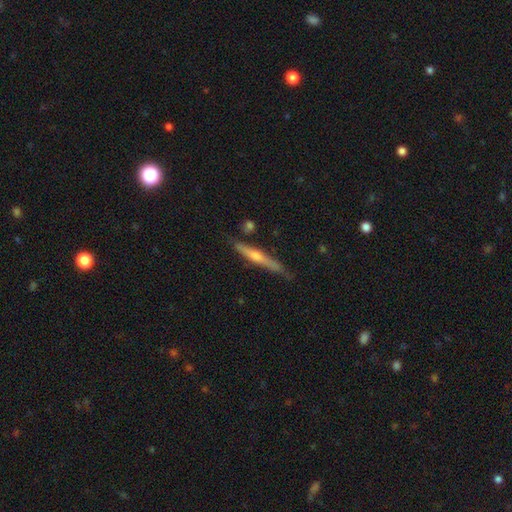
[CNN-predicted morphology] Smooth or featured? featured or disk (64%)
Edge-on disk? yes (96%)
Edge-on bulge? rounded (79%)
Merging? none (79%)